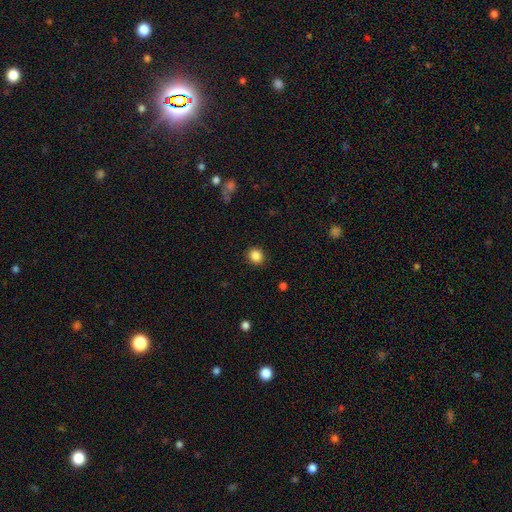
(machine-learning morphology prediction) This appears to be a smooth galaxy with no disk features (87%) that is round (83%). Merging: none (90%).